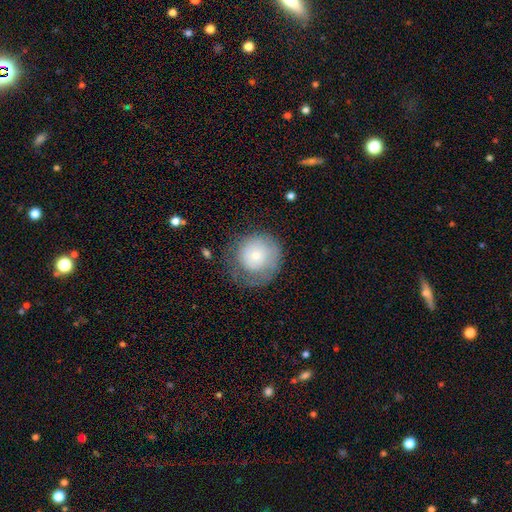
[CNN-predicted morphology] A smooth galaxy with no disk features (64%) that is round (90%). Merging: none (55%).